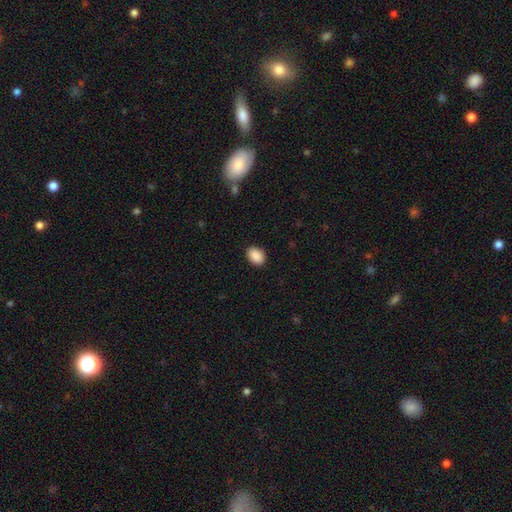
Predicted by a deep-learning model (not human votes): Smooth or featured: smooth — 90% (star or artifact — 7%)
How rounded: in between — 74% (round — 25%)
Merging: none — 89% (minor disturbance — 8%)